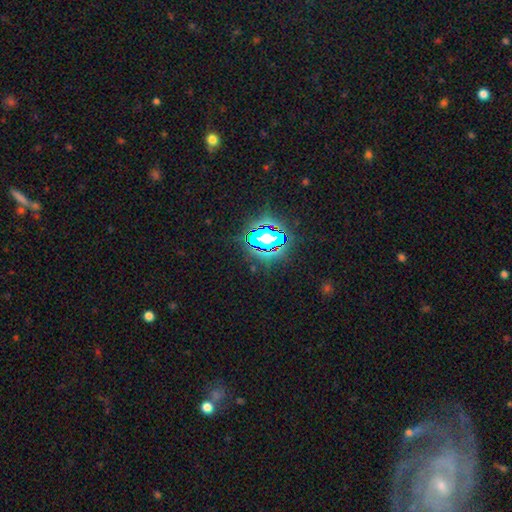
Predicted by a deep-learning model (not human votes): star or artifact 67%, featured or disk 18%, smooth 15%.